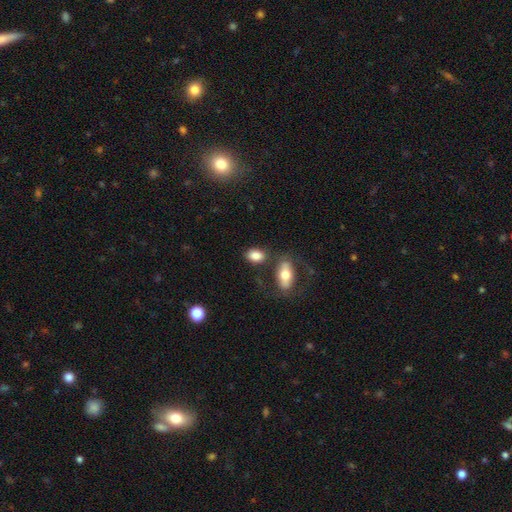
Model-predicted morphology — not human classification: Smooth or featured?
  - smooth: 84% *
  - featured or disk: 9%
  - star or artifact: 7%
How rounded?
  - in between: 86% *
  - round: 12%
  - cigar-shaped: 2%
Merging?
  - none: 70% *
  - minor disturbance: 13%
  - merger: 13%
  - major disturbance: 4%